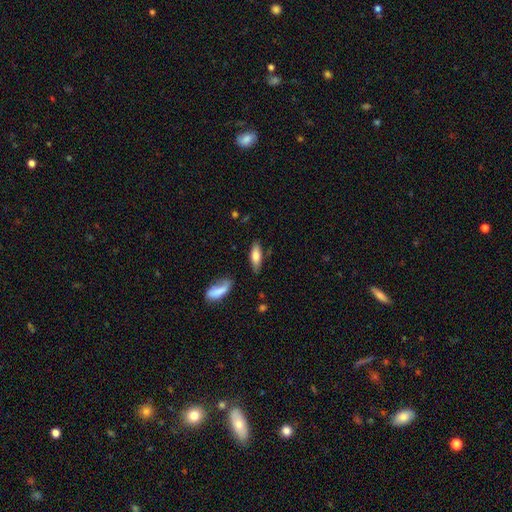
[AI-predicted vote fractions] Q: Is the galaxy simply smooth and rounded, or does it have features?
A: smooth — 75%.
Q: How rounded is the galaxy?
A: in between — 61%.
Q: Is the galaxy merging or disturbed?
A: none — 74%.